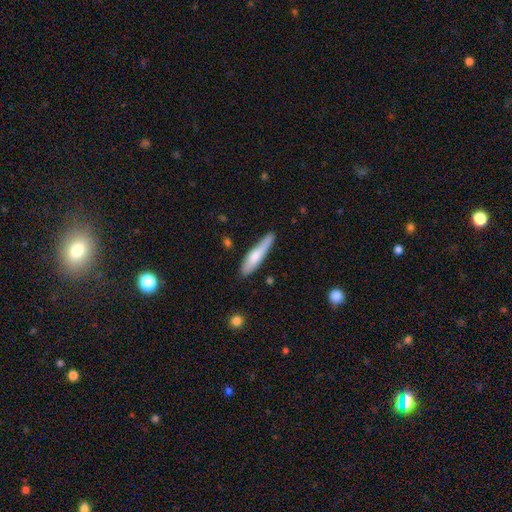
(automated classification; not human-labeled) This is likely a smooth galaxy (69%). How rounded: clearly cigar-shaped (83%). Merging: likely none (68%).